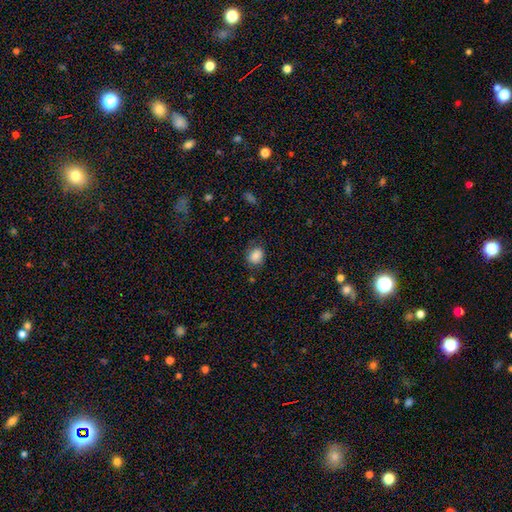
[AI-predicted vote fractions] Overall: smooth (84%). How rounded: round (51%; in between 48%). Merging: none (71%).